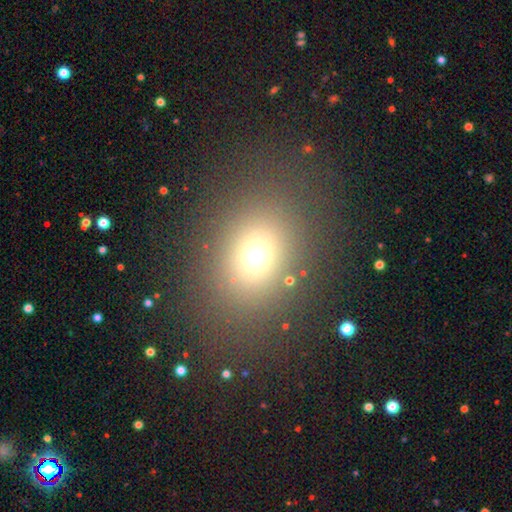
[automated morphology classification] A smooth galaxy with no disk features (66%) that is round (57%).

Vote fractions:
- Smooth or featured? smooth: 66% / star or artifact: 24% / featured or disk: 10%
- How rounded? round: 57% / in between: 42% / cigar-shaped: 1%
- Merging? none: 83% / minor disturbance: 8% / major disturbance: 6% / merger: 2%